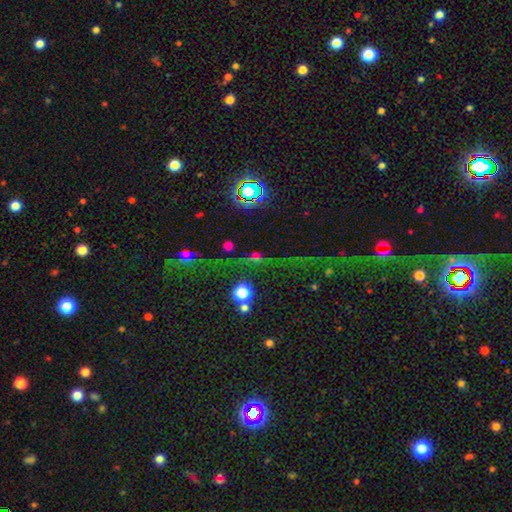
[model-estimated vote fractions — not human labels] Q: Smooth or featured?
A: star or artifact (47%); runner-up: smooth (34%)